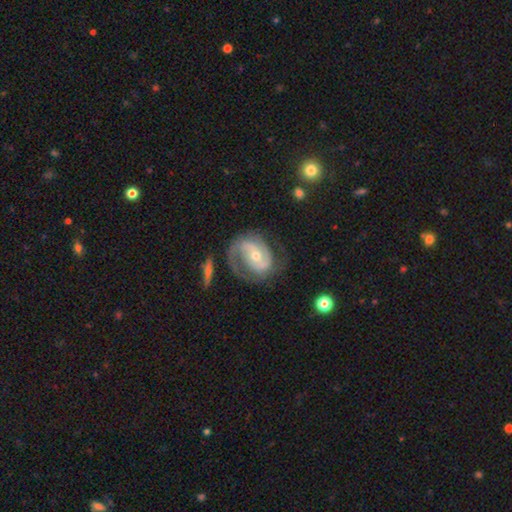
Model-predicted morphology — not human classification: featured or disk 85%, smooth 10%, star or artifact 5%. Down the decision tree: edge-on disk — no (97%); bar — no (42%); spiral arms — yes (94%); spiral arm count — 2 (70%); spiral winding — medium (46%); bulge size — moderate (49%); merging — none (60%).